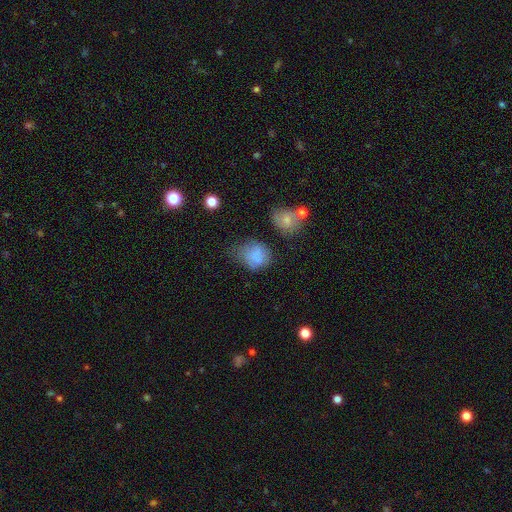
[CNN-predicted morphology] smooth_or_featured: smooth (p=0.75) [alt: featured or disk p=0.14]
how_rounded: round (p=0.62) [alt: in between p=0.37]
merging: none (p=0.42) [alt: minor disturbance p=0.31]